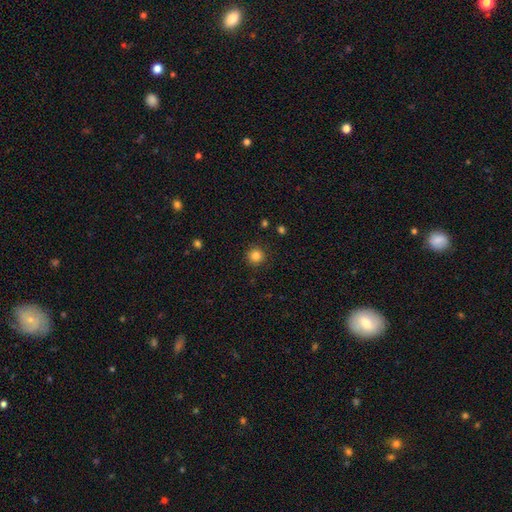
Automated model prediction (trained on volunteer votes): Smooth or featured?
  - smooth: 84% *
  - star or artifact: 12%
  - featured or disk: 4%
How rounded?
  - round: 95% *
  - in between: 4%
  - cigar-shaped: 1%
Merging?
  - none: 90% *
  - minor disturbance: 6%
  - major disturbance: 2%
  - merger: 1%